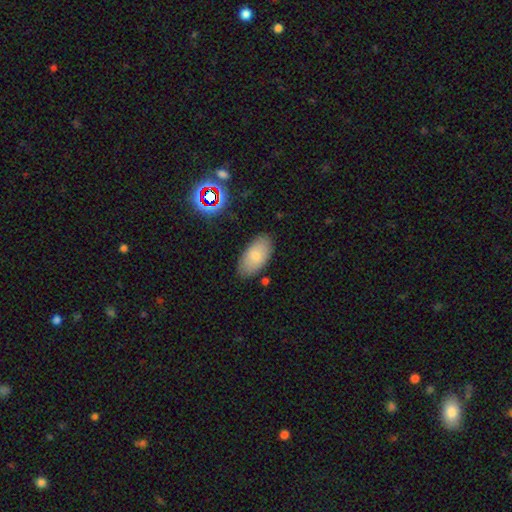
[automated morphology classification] The model was most divided on "smooth or featured": smooth: 78%, featured or disk: 15%, star or artifact: 7%. More confident: how rounded — in between (95%); merging — none (84%).